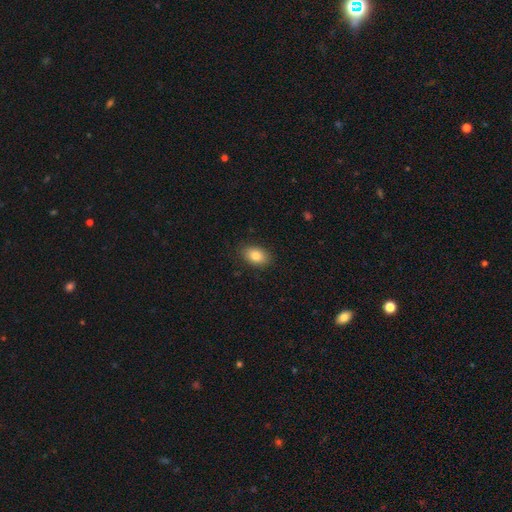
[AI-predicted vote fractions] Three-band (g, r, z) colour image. It shows a smooth galaxy with no disk features (83%) that is in between round and cigar-shaped (88%). Merging: none (88%).